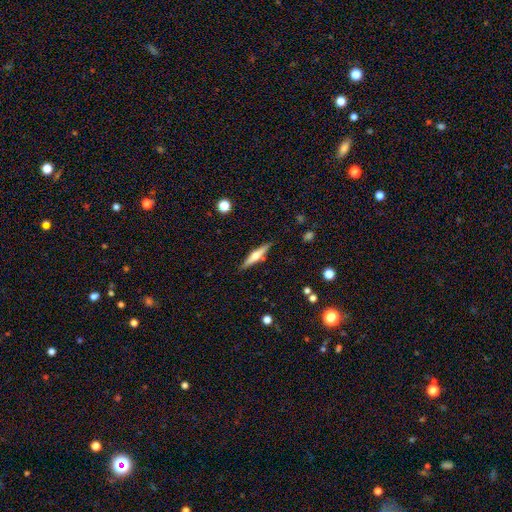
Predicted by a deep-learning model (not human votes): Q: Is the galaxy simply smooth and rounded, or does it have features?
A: featured or disk — 58%.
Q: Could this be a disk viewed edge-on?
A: yes — 96%.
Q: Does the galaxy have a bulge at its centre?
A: rounded — 88%.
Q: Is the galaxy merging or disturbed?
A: none — 87%.